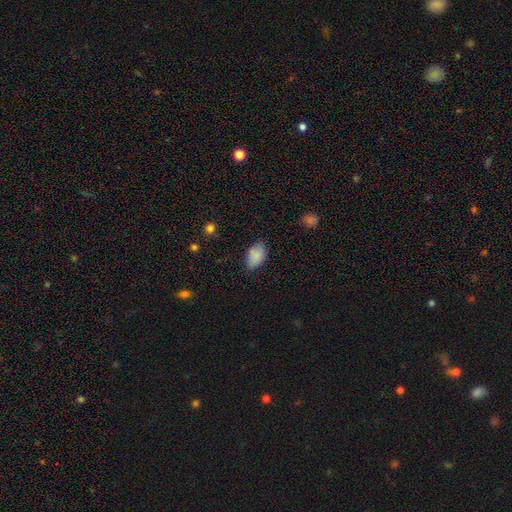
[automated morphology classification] Smooth or featured?
  - smooth: 87% *
  - star or artifact: 7%
  - featured or disk: 6%
How rounded?
  - in between: 93% *
  - round: 6%
  - cigar-shaped: 1%
Merging?
  - none: 77% *
  - minor disturbance: 18%
  - major disturbance: 3%
  - merger: 1%